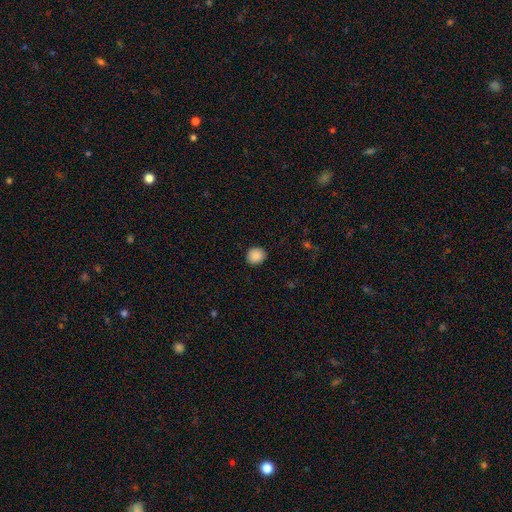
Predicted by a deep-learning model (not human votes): Smooth or featured? Predicted: smooth (p=0.89). How rounded? Predicted: round (p=0.83). Merging? Predicted: none (p=0.91).